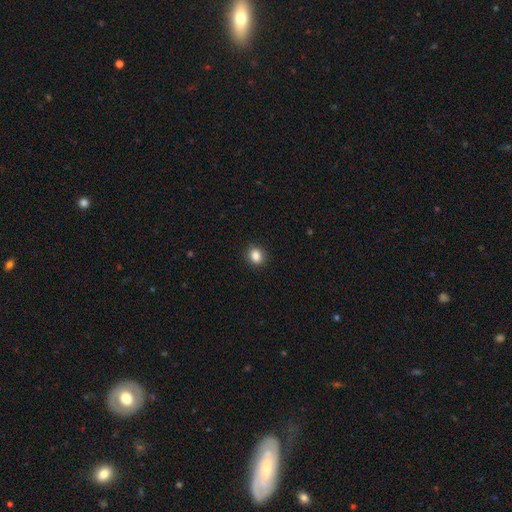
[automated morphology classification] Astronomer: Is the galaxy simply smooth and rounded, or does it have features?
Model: smooth — 86%.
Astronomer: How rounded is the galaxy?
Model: round — 62%.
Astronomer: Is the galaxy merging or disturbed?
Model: none — 89%.